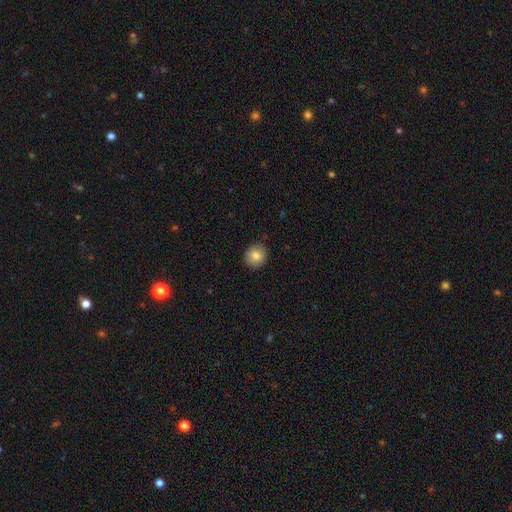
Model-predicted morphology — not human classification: Overall: smooth (84%). How rounded: round (82%). Merging: none (89%).